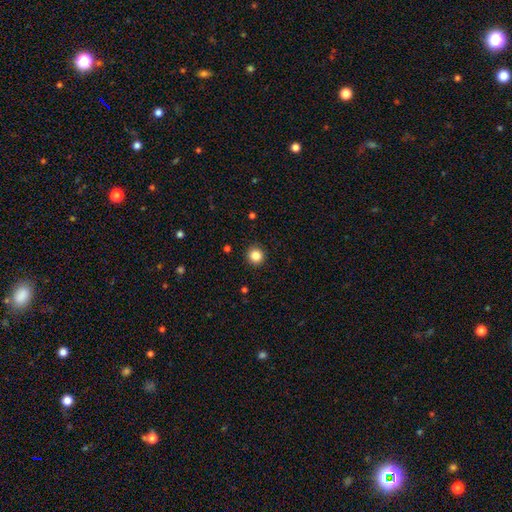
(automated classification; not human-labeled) The model was most divided on "smooth or featured": smooth: 85%, star or artifact: 11%, featured or disk: 4%. More confident: how rounded — round (94%); merging — none (92%).